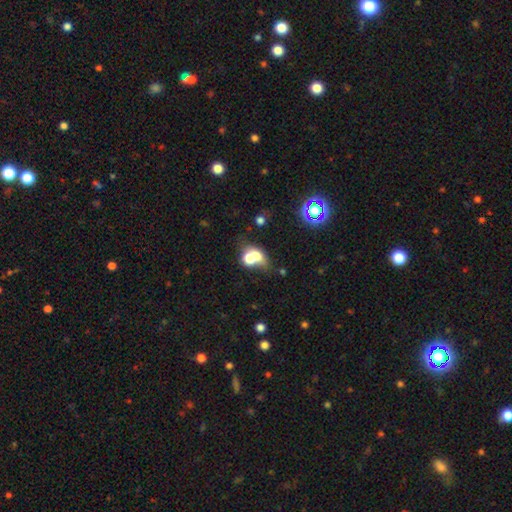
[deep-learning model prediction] A smooth galaxy with no disk features (62%) that is in between round and cigar-shaped (52%).

Vote fractions:
- Smooth or featured? smooth: 62% / featured or disk: 23% / star or artifact: 15%
- How rounded? in between: 52% / round: 45% / cigar-shaped: 2%
- Merging? merger: 60% / none: 23% / minor disturbance: 9% / major disturbance: 9%